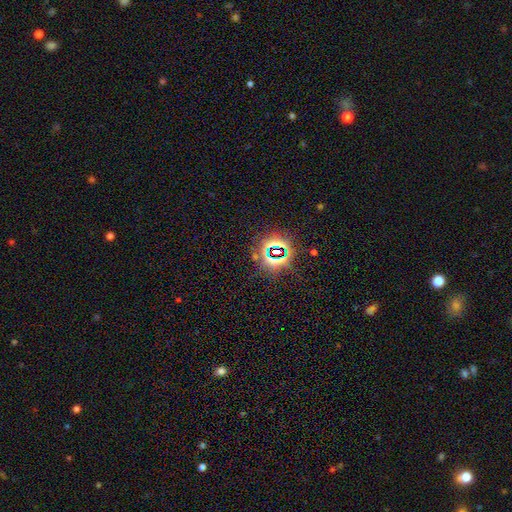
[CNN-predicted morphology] Overall: star or artifact (79%).